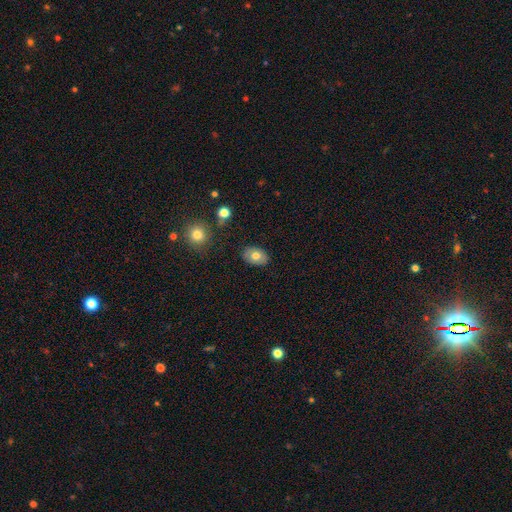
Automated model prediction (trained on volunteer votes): Morphology: type=smooth (73%); roundness=in between (81%); merging=none (85%).